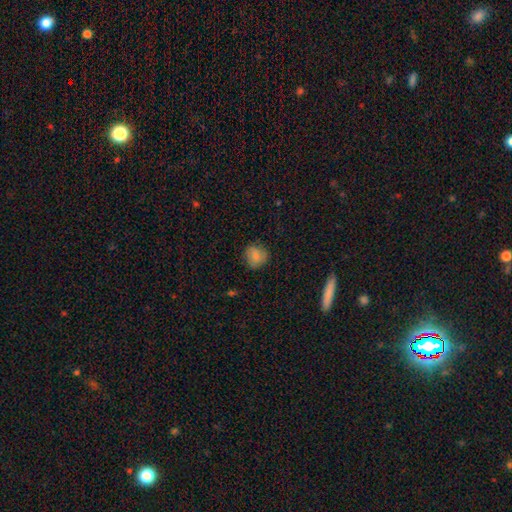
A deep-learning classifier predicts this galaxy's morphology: Q: Smooth or featured?
A: smooth (80%); runner-up: featured or disk (11%)
Q: How rounded?
A: round (79%); runner-up: in between (20%)
Q: Merging?
A: none (80%); runner-up: minor disturbance (15%)